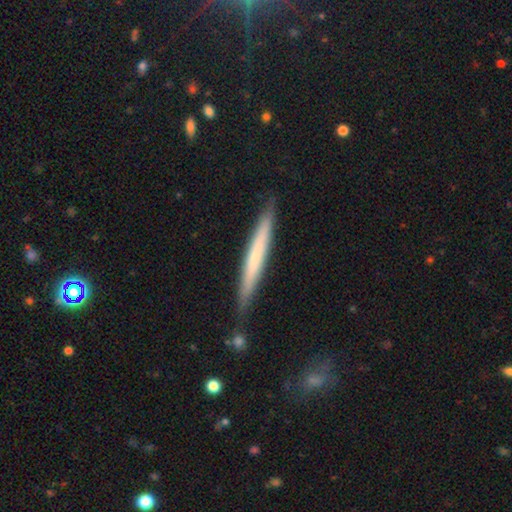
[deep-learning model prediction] smooth 53%, featured or disk 41%, star or artifact 6%. Down the decision tree: how rounded — cigar-shaped (97%); merging — none (85%).